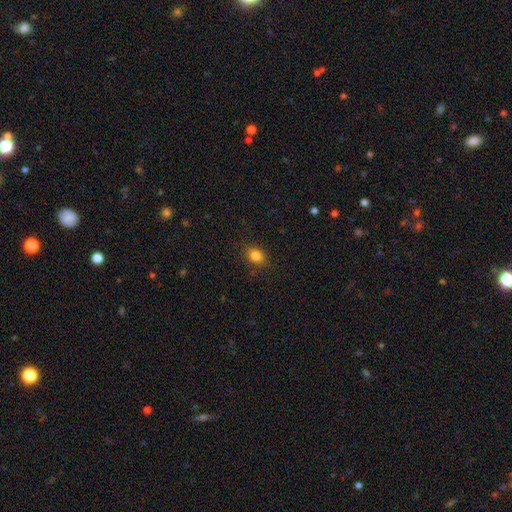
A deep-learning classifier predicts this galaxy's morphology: smooth-or-featured: smooth: 83% | star or artifact: 11% | featured or disk: 6%
  how-rounded: in between: 52% | round: 47% | cigar-shaped: 1%
  merging: none: 86% | minor disturbance: 10% | major disturbance: 3% | merger: 1%